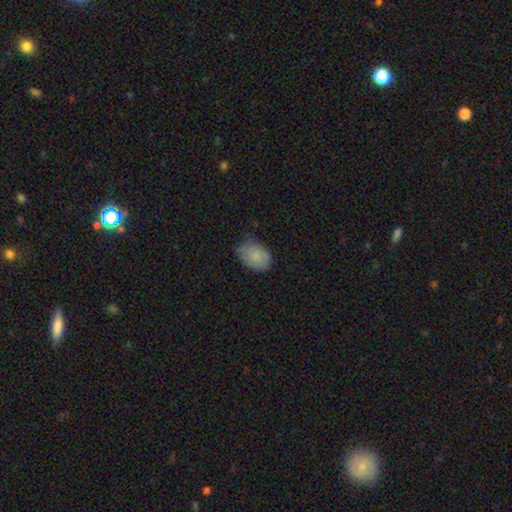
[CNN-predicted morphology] A smooth galaxy with no disk features (82%) that is in between round and cigar-shaped (81%).

Vote fractions:
- Smooth or featured? smooth: 82% / featured or disk: 11% / star or artifact: 7%
- How rounded? in between: 81% / round: 18% / cigar-shaped: 1%
- Merging? none: 70% / minor disturbance: 25% / major disturbance: 5% / merger: 1%